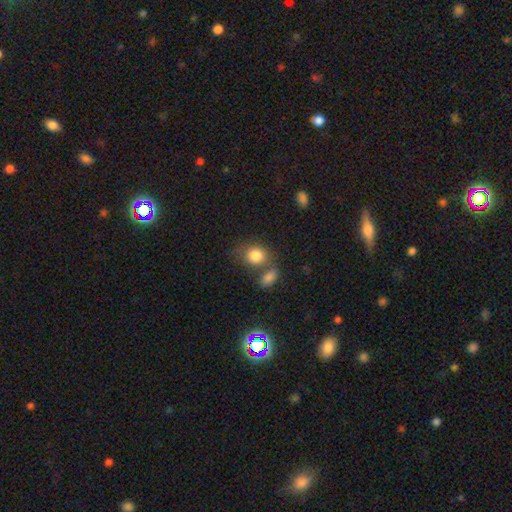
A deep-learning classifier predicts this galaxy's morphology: Smooth or featured? Predicted: smooth (p=0.83). How rounded? Predicted: round (p=0.55). Merging? Predicted: none (p=0.47).